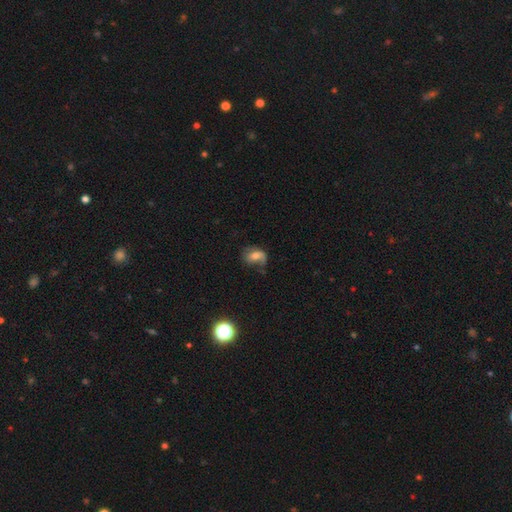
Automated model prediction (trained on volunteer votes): A smooth galaxy with no disk features (46%). Merging: none (46%).